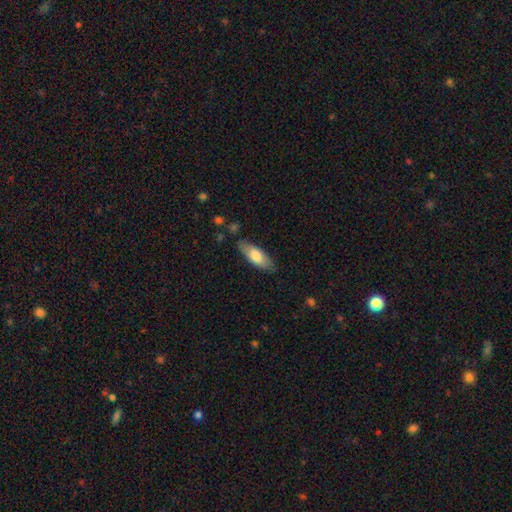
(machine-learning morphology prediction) A smooth galaxy with no disk features (73%) that is in between round and cigar-shaped (71%). Merging: none (78%).